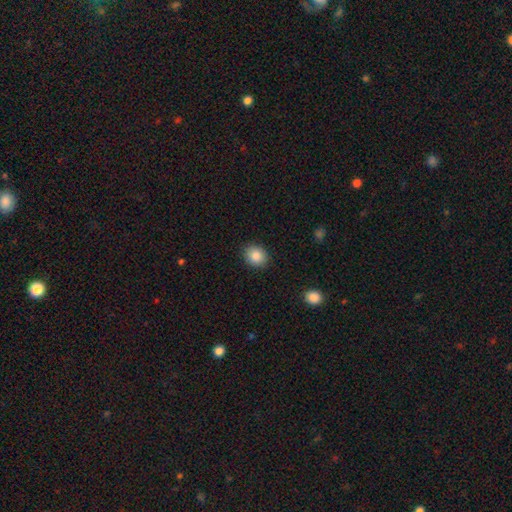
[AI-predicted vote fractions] smooth 87%, star or artifact 9%, featured or disk 5%. Down the decision tree: how rounded — round (66%); merging — none (89%).